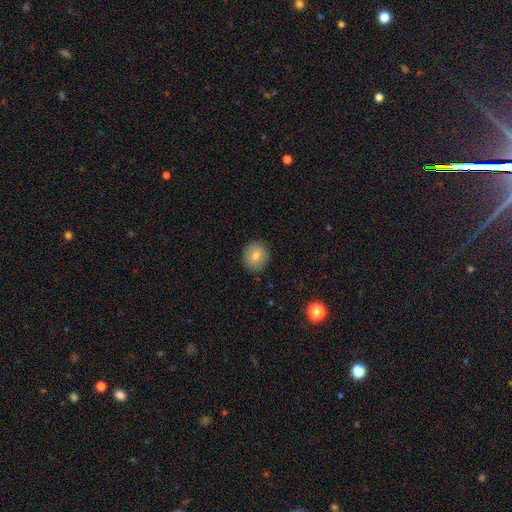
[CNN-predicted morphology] Smooth or featured?
  - smooth: 78% *
  - featured or disk: 14%
  - star or artifact: 9%
How rounded?
  - round: 85% *
  - in between: 14%
  - cigar-shaped: 1%
Merging?
  - none: 89% *
  - minor disturbance: 8%
  - major disturbance: 2%
  - merger: 1%